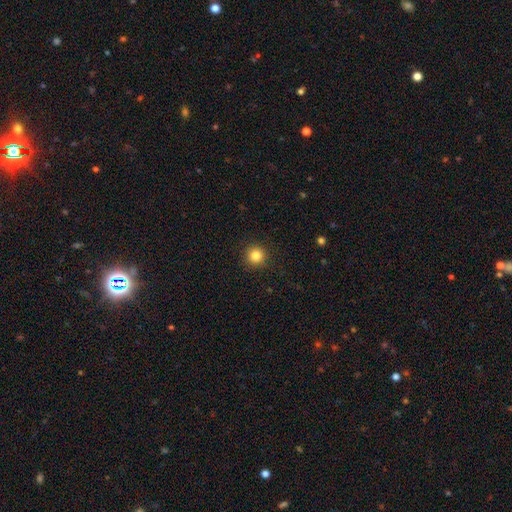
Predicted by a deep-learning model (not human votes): Smooth or featured?
  - smooth: 84% *
  - star or artifact: 11%
  - featured or disk: 5%
How rounded?
  - round: 96% *
  - in between: 3%
  - cigar-shaped: 1%
Merging?
  - none: 93% *
  - minor disturbance: 5%
  - major disturbance: 2%
  - merger: 1%